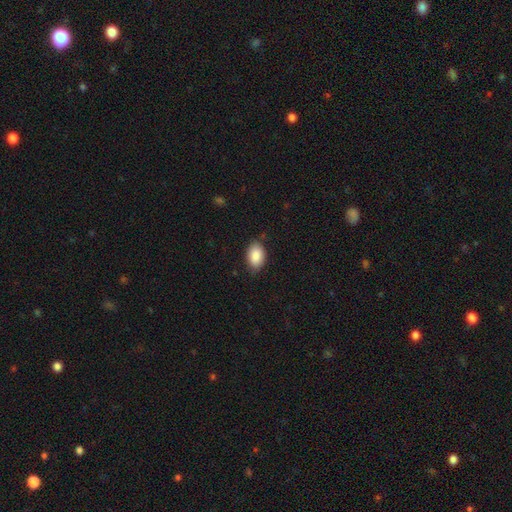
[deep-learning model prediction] A smooth galaxy with no disk features (89%) that is in between round and cigar-shaped (91%). Merging: none (80%).